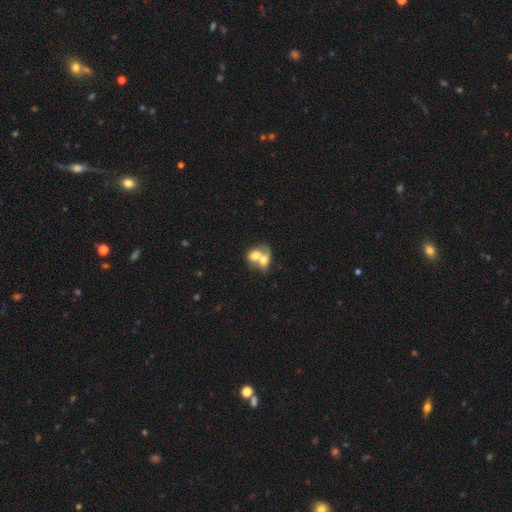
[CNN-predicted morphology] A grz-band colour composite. It shows a smooth galaxy with no disk features (63%) that is in between round and cigar-shaped (59%). Merging: merger (80%).